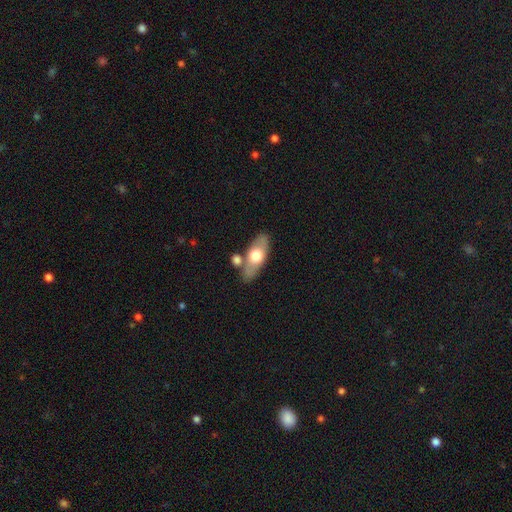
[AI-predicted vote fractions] A smooth galaxy with no disk features (58%) that is in between round and cigar-shaped (77%). Merging: none (65%).